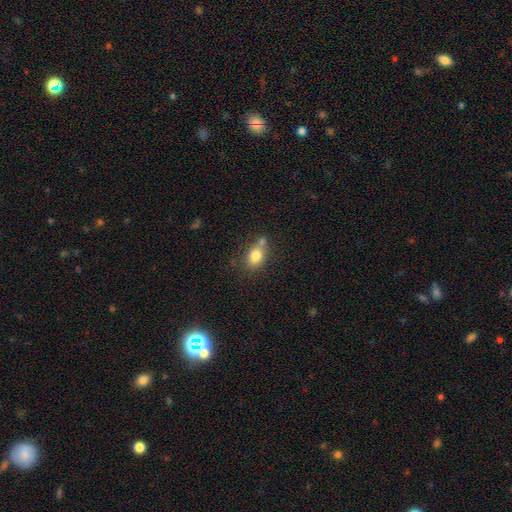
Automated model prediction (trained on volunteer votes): smooth 79%, featured or disk 11%, star or artifact 10%. Down the decision tree: how rounded — in between (60%); merging — none (53%).